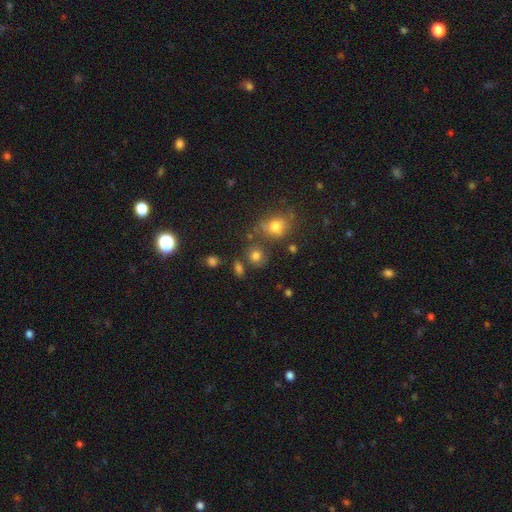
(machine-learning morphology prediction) Smooth or featured? smooth (77%)
How rounded? round (75%)
Merging? none (68%)